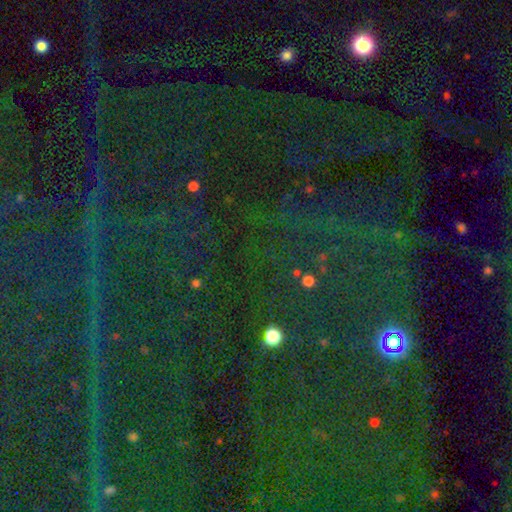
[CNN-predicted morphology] Q: Smooth or featured?
A: star or artifact (77%); runner-up: smooth (15%)